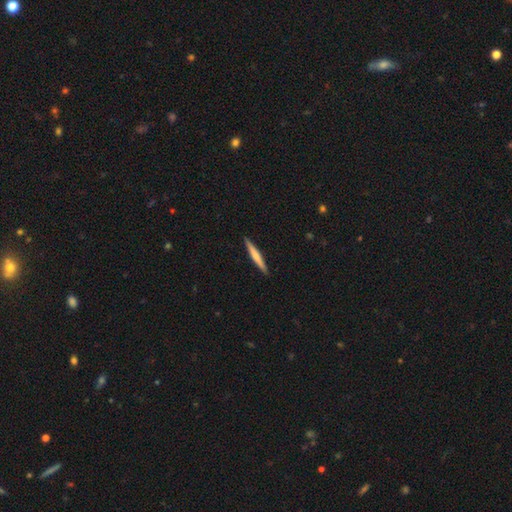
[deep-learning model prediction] The model was most divided on "smooth or featured": smooth: 59%, featured or disk: 36%, star or artifact: 5%. More confident: how rounded — cigar-shaped (95%); merging — none (92%).